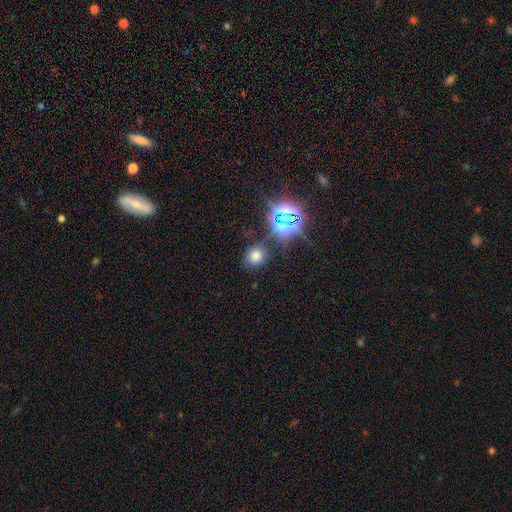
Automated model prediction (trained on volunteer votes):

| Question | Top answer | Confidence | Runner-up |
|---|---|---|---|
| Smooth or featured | smooth | 63% | star or artifact (29%) |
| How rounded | round | 74% | in between (25%) |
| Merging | none | 79% | minor disturbance (12%) |